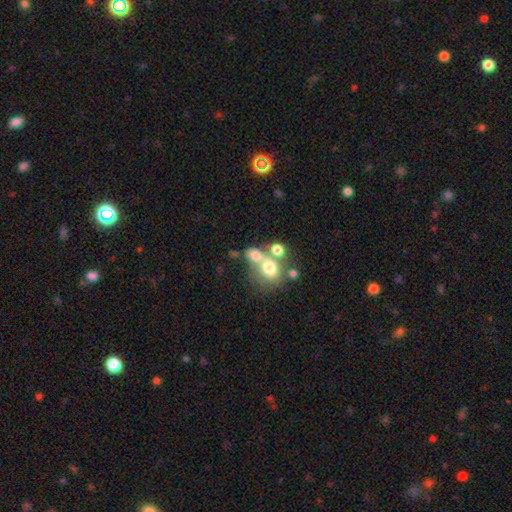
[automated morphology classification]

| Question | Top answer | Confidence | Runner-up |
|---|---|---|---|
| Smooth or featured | smooth | 67% | featured or disk (20%) |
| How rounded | round | 55% | in between (43%) |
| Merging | merger | 55% | none (29%) |